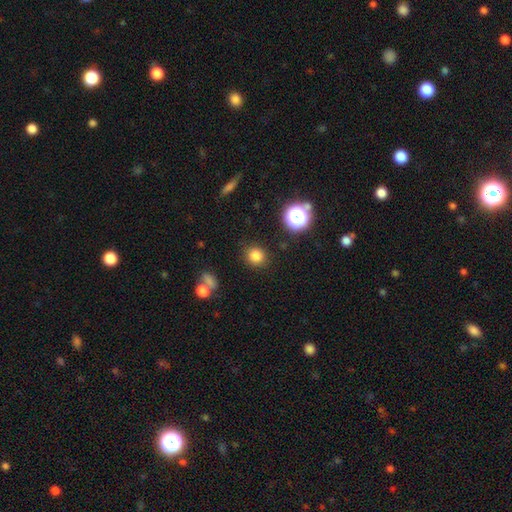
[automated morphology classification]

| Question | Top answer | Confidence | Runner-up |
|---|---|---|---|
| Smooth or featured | smooth | 81% | star or artifact (14%) |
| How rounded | round | 89% | in between (10%) |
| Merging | none | 88% | minor disturbance (7%) |